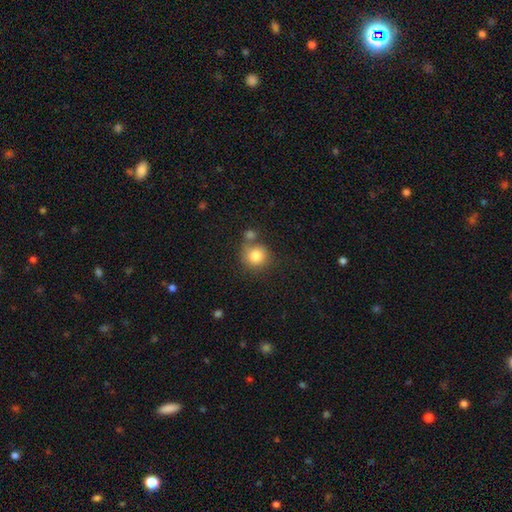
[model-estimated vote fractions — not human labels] Smooth or featured? smooth (82%)
How rounded? round (90%)
Merging? none (60%)